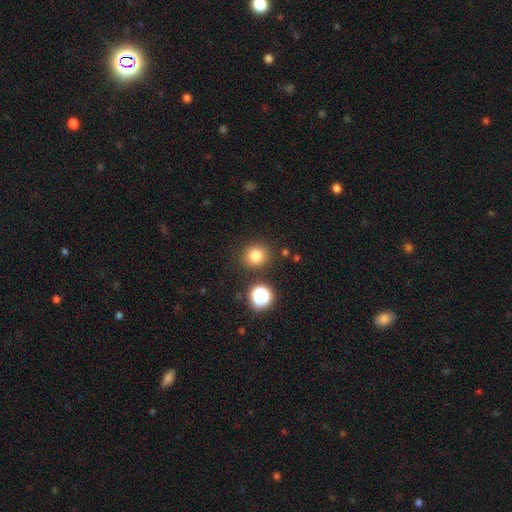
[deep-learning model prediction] The model was most divided on "smooth or featured": smooth: 80%, star or artifact: 14%, featured or disk: 6%. More confident: how rounded — round (87%); merging — none (86%).